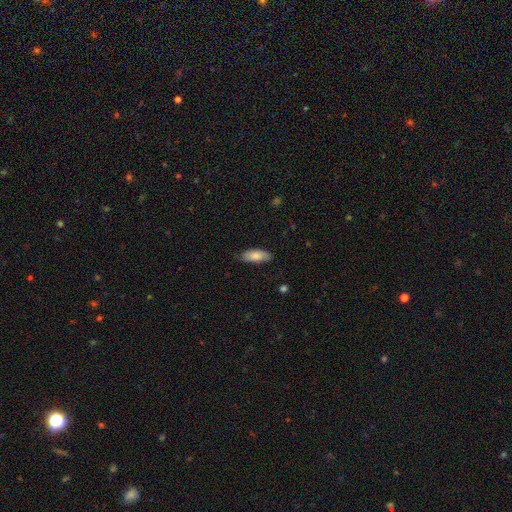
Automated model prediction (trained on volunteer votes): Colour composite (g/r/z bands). It shows a smooth galaxy with no disk features (79%) that is in between round and cigar-shaped (78%). Merging: none (79%).